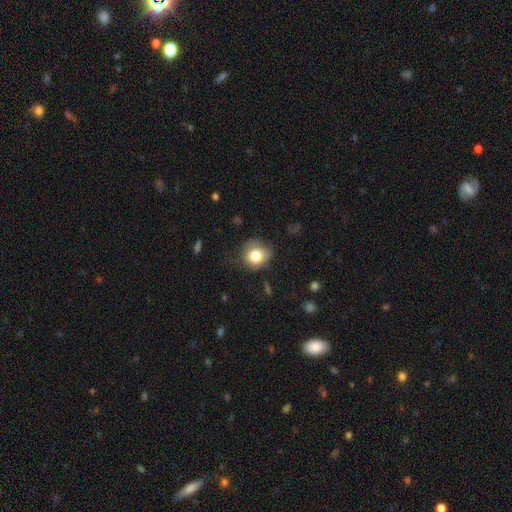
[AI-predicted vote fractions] The model was most divided on "merging": none: 64%, minor disturbance: 25%, major disturbance: 9%, merger: 2%. More confident: how rounded — round (82%); smooth or featured — smooth (80%).